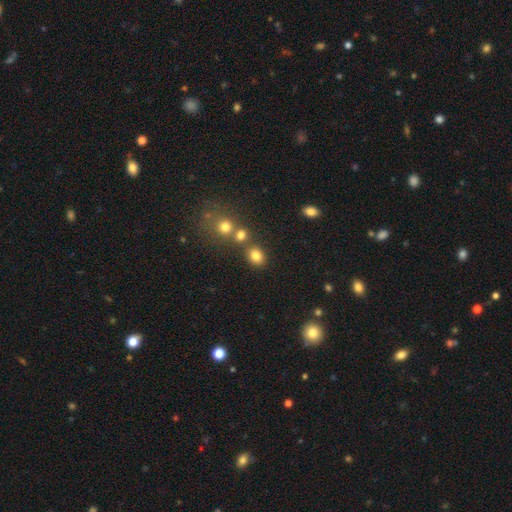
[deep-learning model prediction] Q: Smooth or featured?
A: smooth (80%); runner-up: star or artifact (14%)
Q: How rounded?
A: in between (50%); runner-up: round (49%)
Q: Merging?
A: none (70%); runner-up: merger (16%)